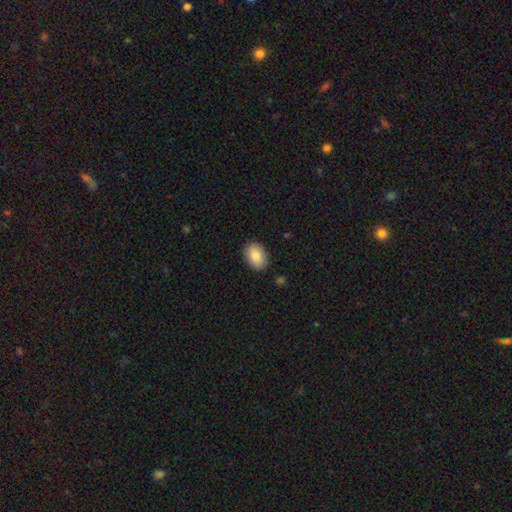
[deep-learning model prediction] Q: Smooth or featured?
A: smooth (87%); runner-up: featured or disk (7%)
Q: How rounded?
A: in between (85%); runner-up: round (13%)
Q: Merging?
A: none (88%); runner-up: minor disturbance (9%)